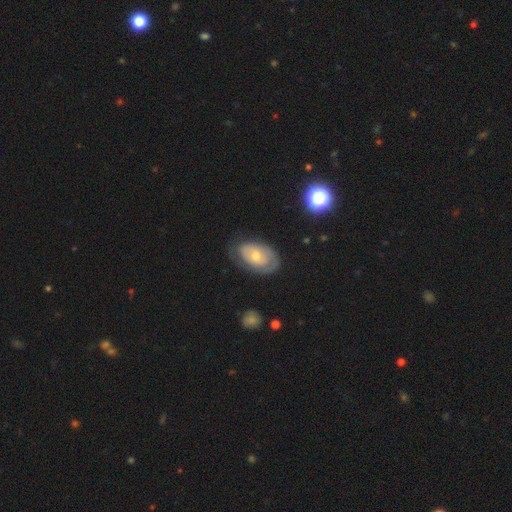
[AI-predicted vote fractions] Overall: featured or disk (54%; smooth 39%). Edge-on disk: no (93%). Merging: none (67%).